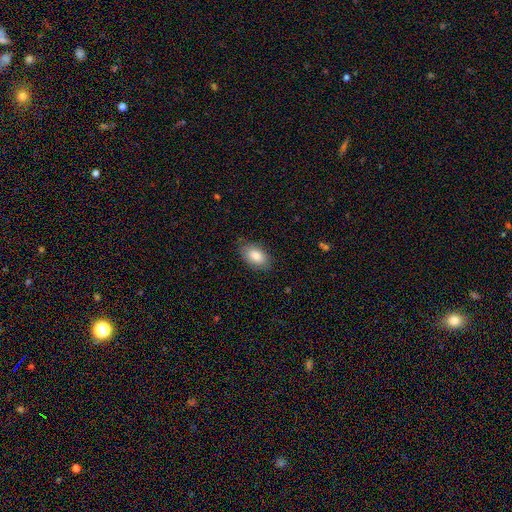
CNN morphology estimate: type=smooth (84%); roundness=in between (93%); merging=none (82%).